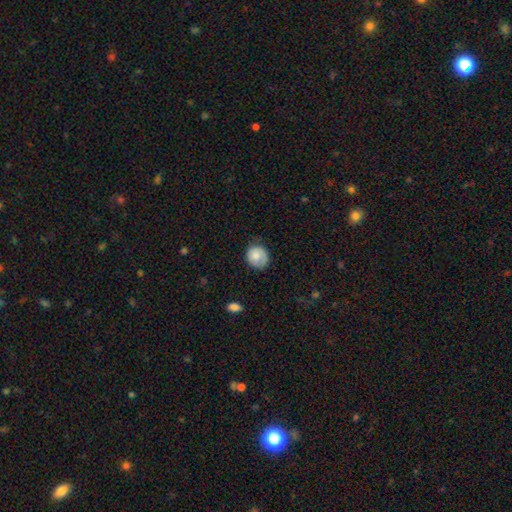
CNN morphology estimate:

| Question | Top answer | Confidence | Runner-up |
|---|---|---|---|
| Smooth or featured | smooth | 78% | featured or disk (15%) |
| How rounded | round | 74% | in between (26%) |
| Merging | none | 63% | minor disturbance (28%) |